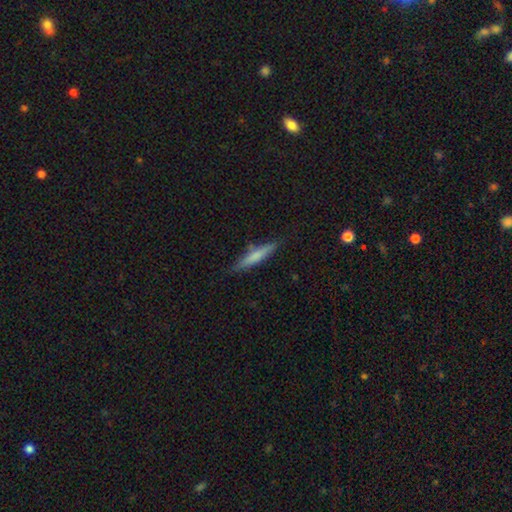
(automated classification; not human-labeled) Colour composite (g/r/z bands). It shows a smooth galaxy with no disk features (64%) that is cigar-shaped (91%). Merging: none (84%).